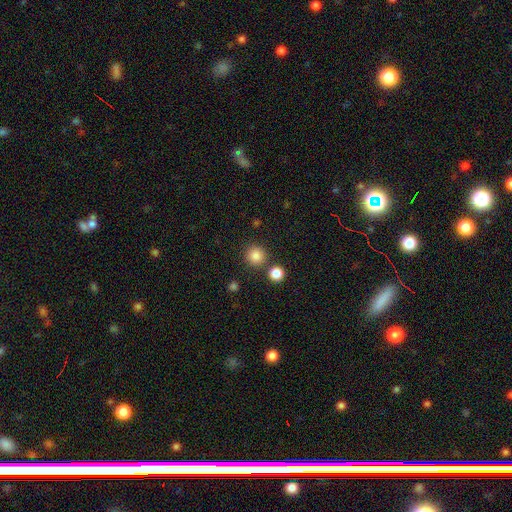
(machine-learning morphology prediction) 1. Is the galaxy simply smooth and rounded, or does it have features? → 84% smooth, 11% star or artifact, 4% featured or disk.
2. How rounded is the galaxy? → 94% round, 5% in between, 1% cigar-shaped.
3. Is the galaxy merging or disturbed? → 84% none, 8% merger, 6% minor disturbance, 2% major disturbance.